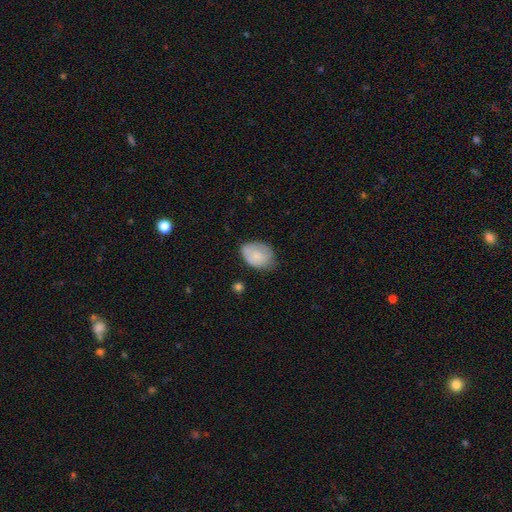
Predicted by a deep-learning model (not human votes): This appears to be a smooth galaxy with no disk features (76%) that is in between round and cigar-shaped (79%). Merging: none (53%).